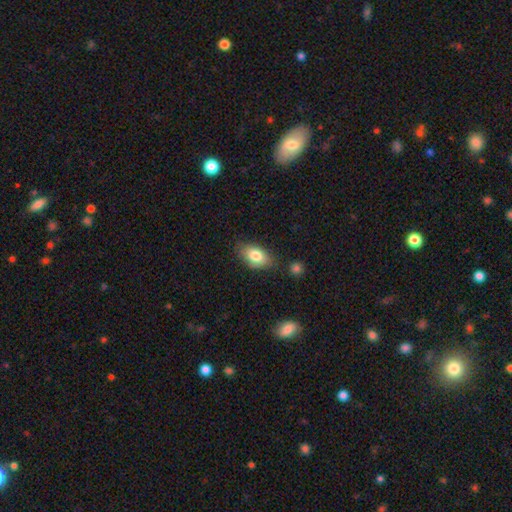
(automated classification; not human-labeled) Smooth or featured? Predicted: smooth (p=0.80). How rounded? Predicted: in between (p=0.90). Merging? Predicted: none (p=0.77).